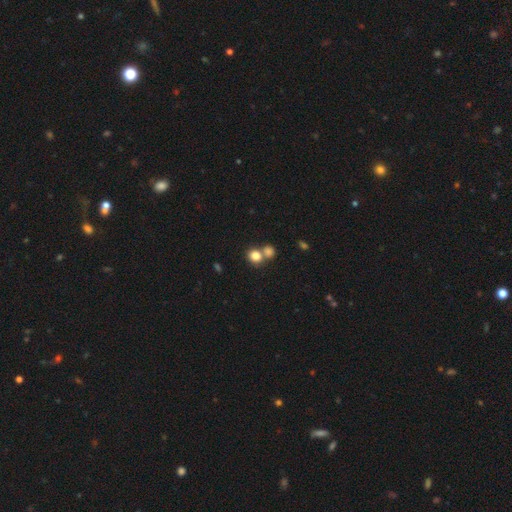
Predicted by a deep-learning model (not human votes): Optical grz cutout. It shows a smooth galaxy with no disk features (81%) that is round (79%). Merging: none (48%).